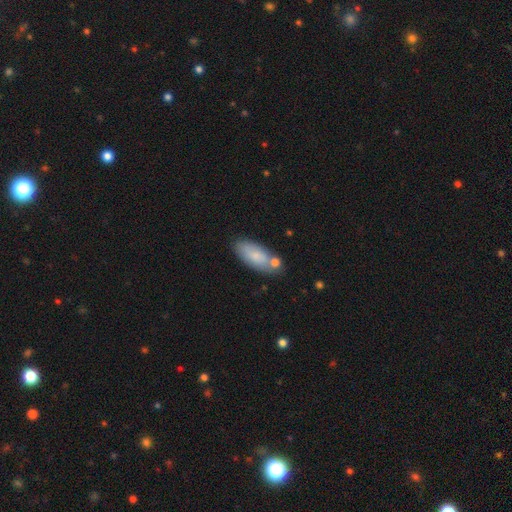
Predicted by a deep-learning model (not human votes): A smooth galaxy with no disk features (77%) that is in between round and cigar-shaped (85%).

Vote fractions:
- Smooth or featured? smooth: 77% / featured or disk: 17% / star or artifact: 6%
- How rounded? in between: 85% / cigar-shaped: 13% / round: 2%
- Merging? none: 68% / minor disturbance: 17% / merger: 11% / major disturbance: 4%